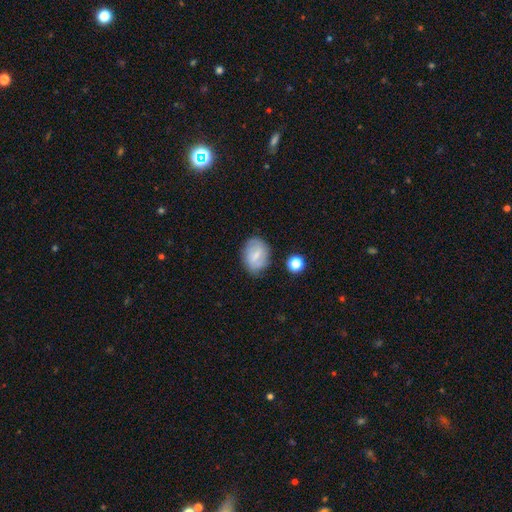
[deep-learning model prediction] This is possibly a smooth galaxy (53%). How rounded: likely in between (69%). Merging: likely none (72%).